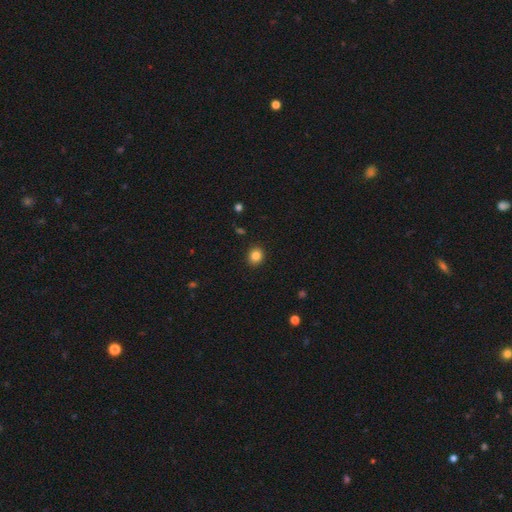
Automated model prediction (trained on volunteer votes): Smooth or featured? Predicted: smooth (p=0.84). How rounded? Predicted: round (p=0.76). Merging? Predicted: none (p=0.91).